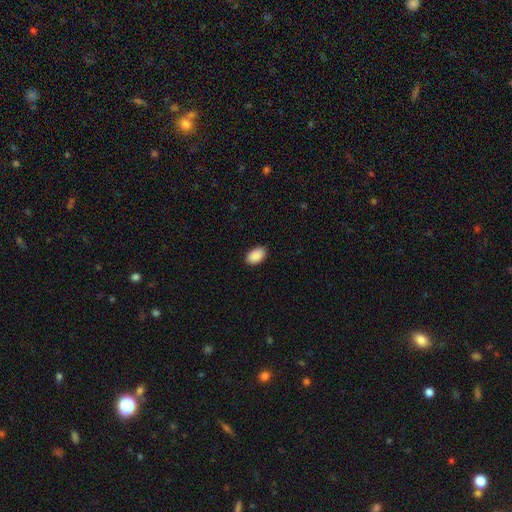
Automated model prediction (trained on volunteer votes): The model was most divided on "merging": none: 89%, minor disturbance: 8%, major disturbance: 2%, merger: 1%. More confident: how rounded — in between (91%); smooth or featured — smooth (91%).